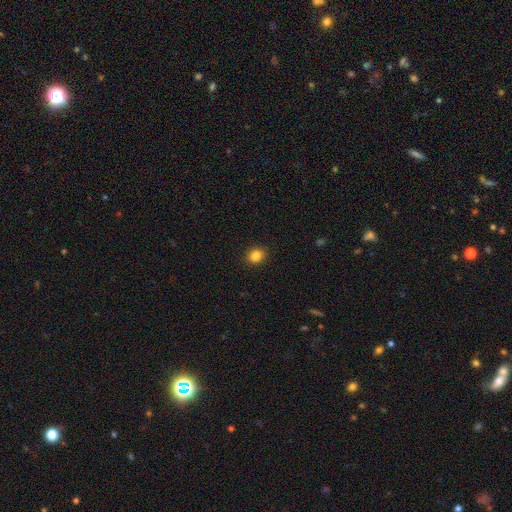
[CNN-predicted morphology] A smooth galaxy with no disk features (86%) that is round (61%).

Vote fractions:
- Smooth or featured? smooth: 86% / star or artifact: 11% / featured or disk: 4%
- How rounded? round: 61% / in between: 38% / cigar-shaped: 1%
- Merging? none: 89% / minor disturbance: 8% / major disturbance: 2% / merger: 1%